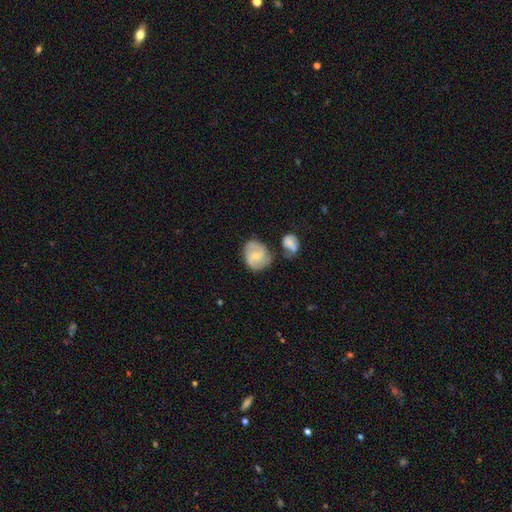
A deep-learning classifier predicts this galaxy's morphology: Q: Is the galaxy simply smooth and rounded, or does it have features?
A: featured or disk — 67%.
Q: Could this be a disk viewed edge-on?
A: no — 97%.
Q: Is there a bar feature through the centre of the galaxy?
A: no — 53%.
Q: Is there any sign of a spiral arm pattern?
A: yes — 90%.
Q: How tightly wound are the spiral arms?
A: medium — 47%.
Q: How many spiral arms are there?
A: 2 — 70%.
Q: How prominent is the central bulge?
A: small — 58%.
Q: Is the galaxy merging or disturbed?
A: none — 50%.